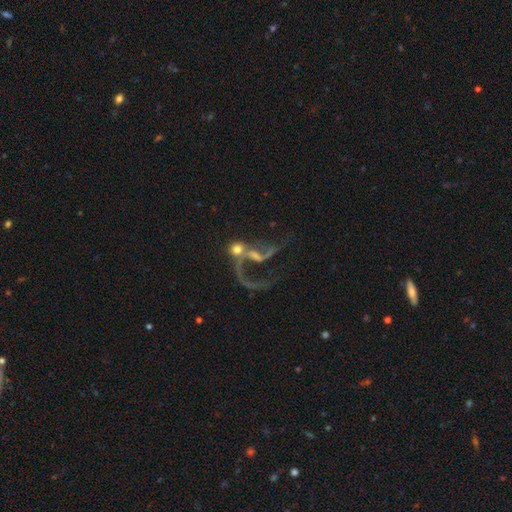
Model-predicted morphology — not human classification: type=featured or disk (70%); edge-on=no (96%); bar=no (51%); spiral arms=yes (76%); winding=loose (82%); arm count=2 (50%); bulge=small (39%); merging=merger (38%).